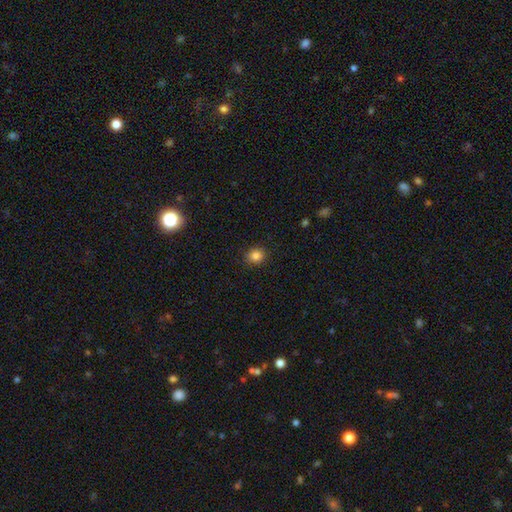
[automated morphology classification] smooth_or_featured: smooth (p=0.84) [alt: star or artifact p=0.11]
how_rounded: round (p=0.82) [alt: in between p=0.17]
merging: none (p=0.90) [alt: minor disturbance p=0.07]